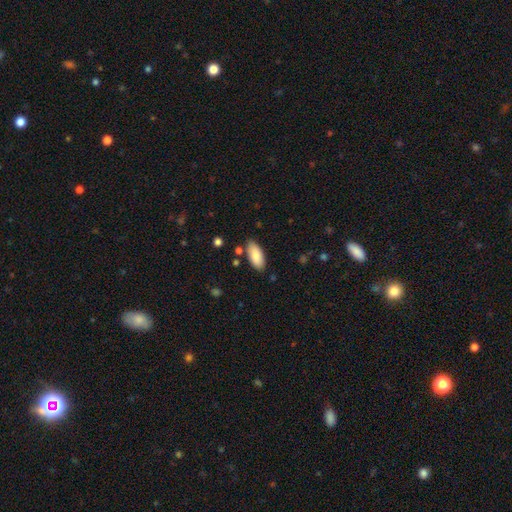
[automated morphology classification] A smooth galaxy with no disk features (86%) that is in between round and cigar-shaped (89%).

Vote fractions:
- Smooth or featured? smooth: 86% / featured or disk: 8% / star or artifact: 6%
- How rounded? in between: 89% / cigar-shaped: 9% / round: 2%
- Merging? none: 83% / minor disturbance: 12% / merger: 3% / major disturbance: 2%